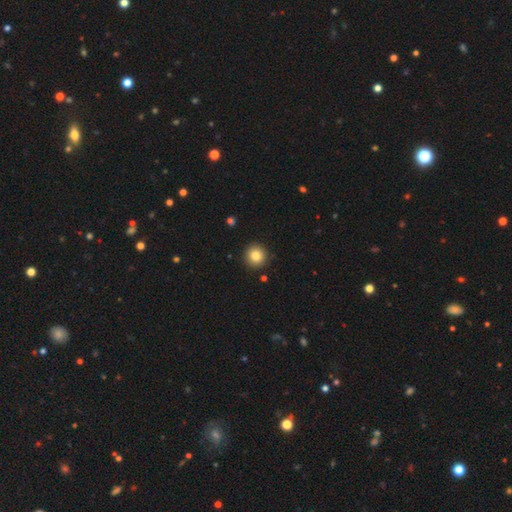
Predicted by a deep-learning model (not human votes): Smooth or featured? Predicted: smooth (p=0.84). How rounded? Predicted: round (p=0.94). Merging? Predicted: none (p=0.91).